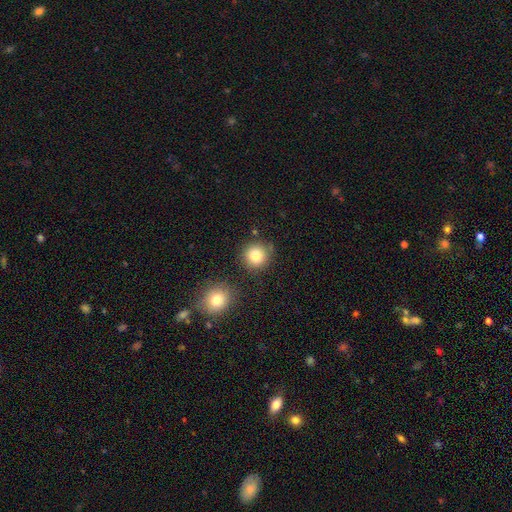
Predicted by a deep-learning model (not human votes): smooth 83%, star or artifact 10%, featured or disk 7%. Down the decision tree: how rounded — round (93%); merging — none (81%).